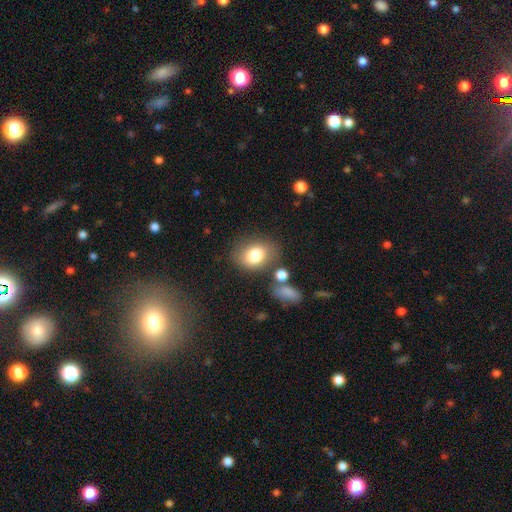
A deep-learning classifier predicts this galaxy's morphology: Smooth or featured: smooth — 79% (featured or disk — 11%)
How rounded: in between — 57% (round — 42%)
Merging: none — 70% (minor disturbance — 15%)